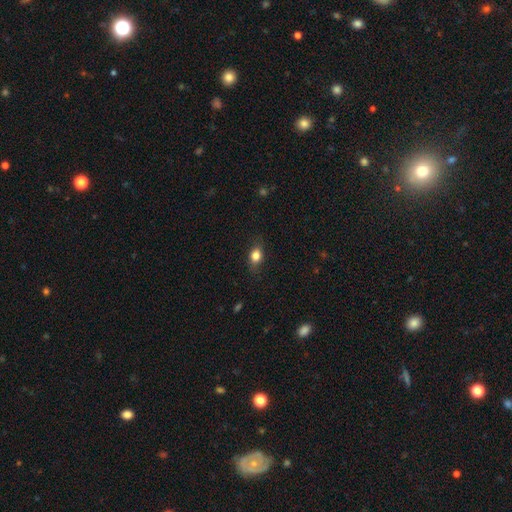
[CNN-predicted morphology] smooth-or-featured: smooth: 82% | star or artifact: 9% | featured or disk: 9%
  how-rounded: in between: 66% | round: 30% | cigar-shaped: 4%
  merging: none: 79% | minor disturbance: 16% | major disturbance: 4% | merger: 1%